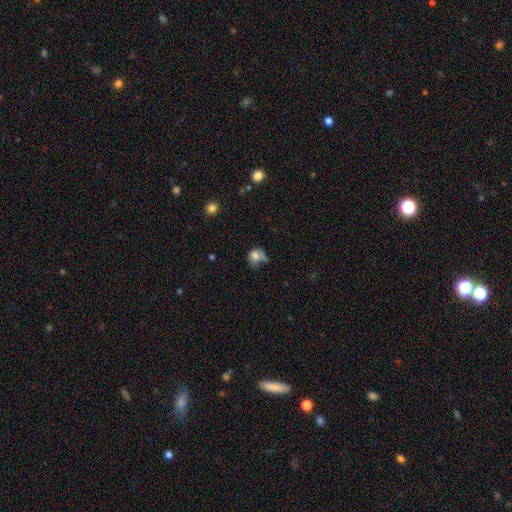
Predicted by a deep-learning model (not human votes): This appears to be a smooth galaxy with no disk features (71%) that is round (57%). Merging: none (34%).